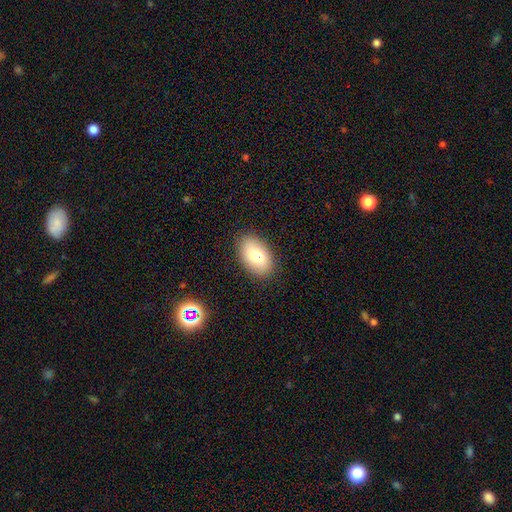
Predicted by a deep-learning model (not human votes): Q: Smooth or featured?
A: smooth (77%); runner-up: featured or disk (15%)
Q: How rounded?
A: in between (91%); runner-up: round (7%)
Q: Merging?
A: none (87%); runner-up: minor disturbance (10%)